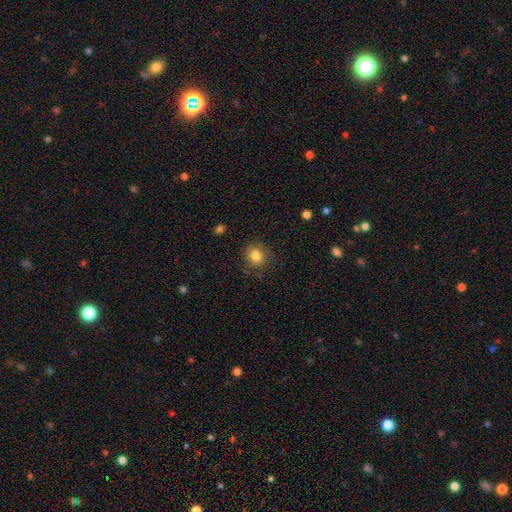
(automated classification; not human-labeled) smooth_or_featured: smooth (p=0.84) [alt: star or artifact p=0.11]
how_rounded: round (p=0.72) [alt: in between p=0.27]
merging: none (p=0.85) [alt: minor disturbance p=0.11]